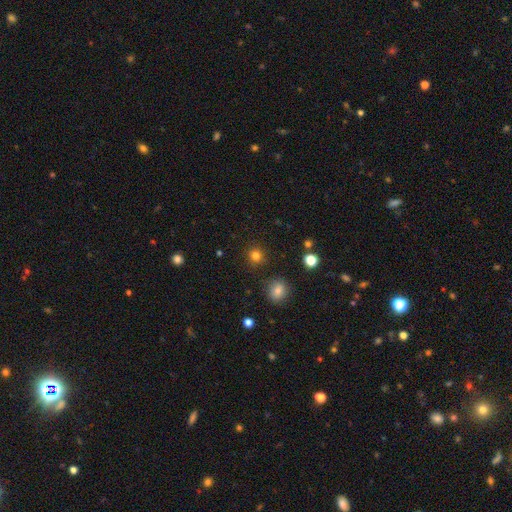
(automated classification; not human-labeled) This is clearly a smooth galaxy (81%). How rounded: clearly round (92%). Merging: clearly none (90%).